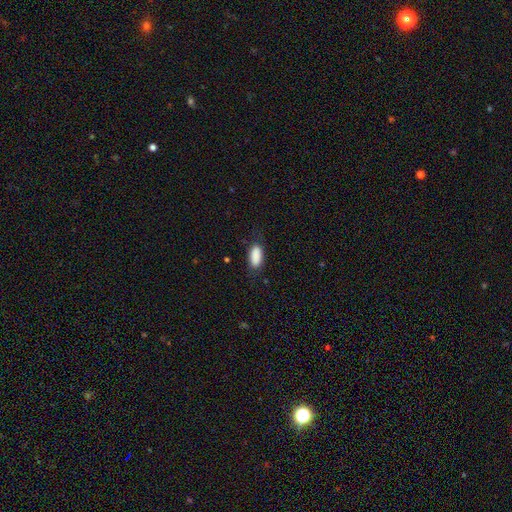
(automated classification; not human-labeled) smooth_or_featured: smooth (p=0.89) [alt: star or artifact p=0.06]
how_rounded: in between (p=0.88) [alt: cigar-shaped p=0.09]
merging: none (p=0.75) [alt: minor disturbance p=0.18]